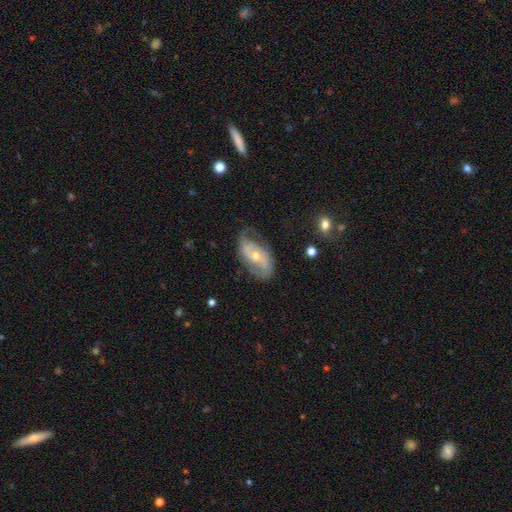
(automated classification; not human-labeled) smooth-or-featured: featured or disk: 77% | smooth: 16% | star or artifact: 7%
  disk-edge-on: no: 94% | yes: 6%
    bar: no: 51% | weak: 34% | strong: 15%
    has-spiral-arms: yes: 86% | no: 14%
      spiral-winding: medium: 41% | tight: 32% | loose: 27%
      spiral-arm-count: 2: 75% | can't tell: 15% | 1: 4% | 3: 3% | 4: 1% | more than 4: 1%
    bulge-size: moderate: 52% | small: 45% | large: 2% | none: 1% | dominant: 1%
  merging: none: 63% | minor disturbance: 24% | major disturbance: 12% | merger: 2%